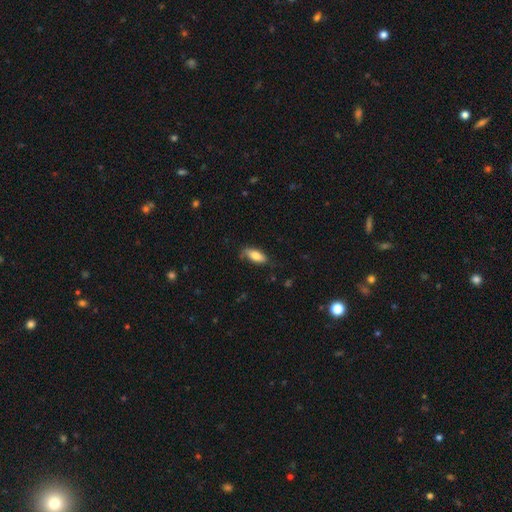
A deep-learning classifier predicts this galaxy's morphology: Smooth or featured?
  - smooth: 78% *
  - featured or disk: 16%
  - star or artifact: 7%
How rounded?
  - in between: 78% *
  - cigar-shaped: 20%
  - round: 2%
Merging?
  - none: 66% *
  - minor disturbance: 26%
  - major disturbance: 6%
  - merger: 2%